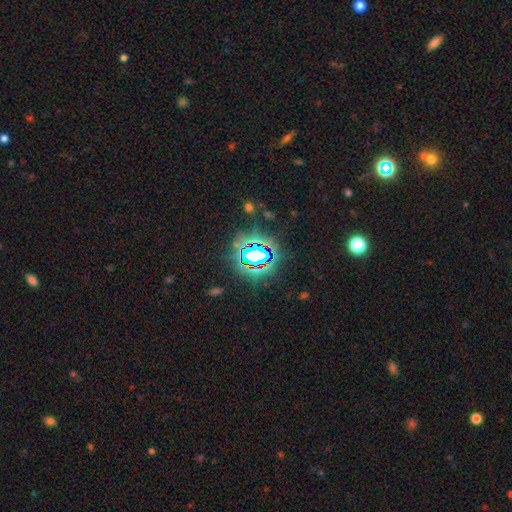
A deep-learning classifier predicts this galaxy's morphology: Smooth or featured: star or artifact — 74% (smooth — 15%)